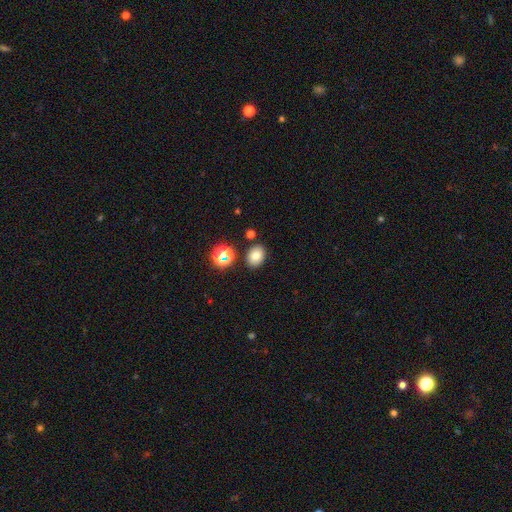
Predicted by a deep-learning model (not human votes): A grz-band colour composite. It shows a smooth galaxy with no disk features (76%) that is in between round and cigar-shaped (61%). Merging: none (83%).